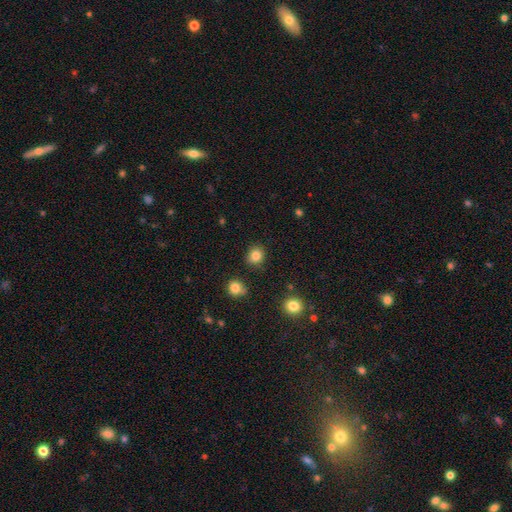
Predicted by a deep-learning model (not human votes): Q: Smooth or featured?
A: smooth (84%); runner-up: star or artifact (11%)
Q: How rounded?
A: round (77%); runner-up: in between (22%)
Q: Merging?
A: none (86%); runner-up: minor disturbance (9%)